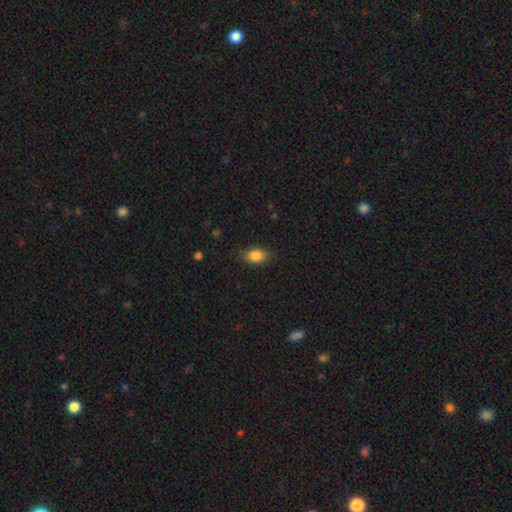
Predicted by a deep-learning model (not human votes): smooth-or-featured: smooth: 85% | star or artifact: 9% | featured or disk: 6%
  how-rounded: in between: 83% | round: 14% | cigar-shaped: 3%
  merging: none: 83% | minor disturbance: 13% | major disturbance: 3% | merger: 1%